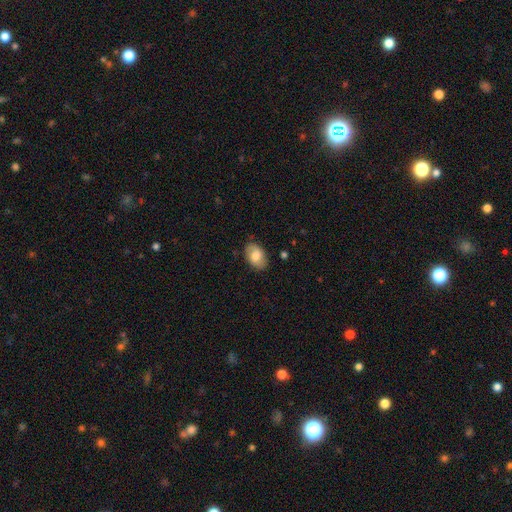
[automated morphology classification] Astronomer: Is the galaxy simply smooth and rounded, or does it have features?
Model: smooth — 71%.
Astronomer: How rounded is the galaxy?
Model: in between — 88%.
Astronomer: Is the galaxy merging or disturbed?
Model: none — 83%.